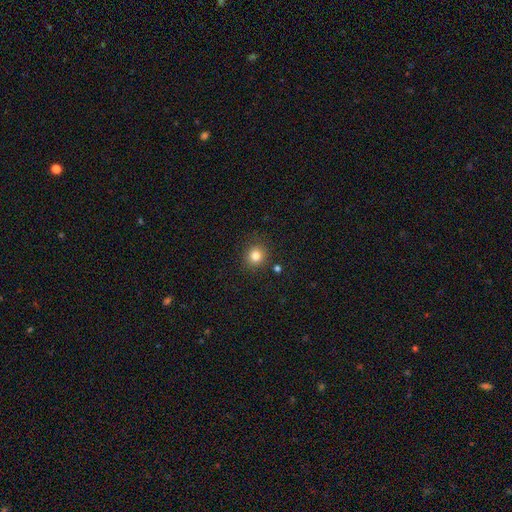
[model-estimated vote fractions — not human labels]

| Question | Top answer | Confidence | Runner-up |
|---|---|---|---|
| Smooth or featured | smooth | 82% | star or artifact (12%) |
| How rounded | round | 88% | in between (11%) |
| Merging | none | 86% | minor disturbance (8%) |